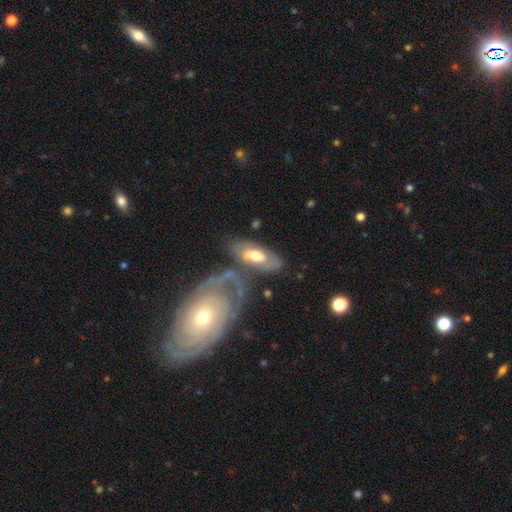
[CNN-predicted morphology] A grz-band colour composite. It shows a featured or disk galaxy (57%). Merging: none (56%).